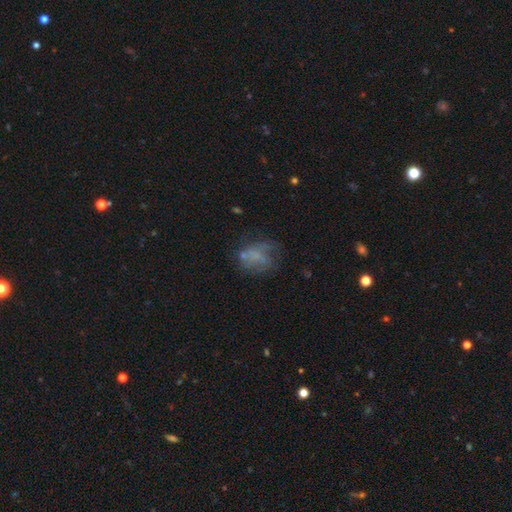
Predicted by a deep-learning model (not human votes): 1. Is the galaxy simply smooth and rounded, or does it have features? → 46% smooth, 38% featured or disk, 15% star or artifact.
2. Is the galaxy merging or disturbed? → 42% none, 29% major disturbance, 23% minor disturbance, 6% merger.